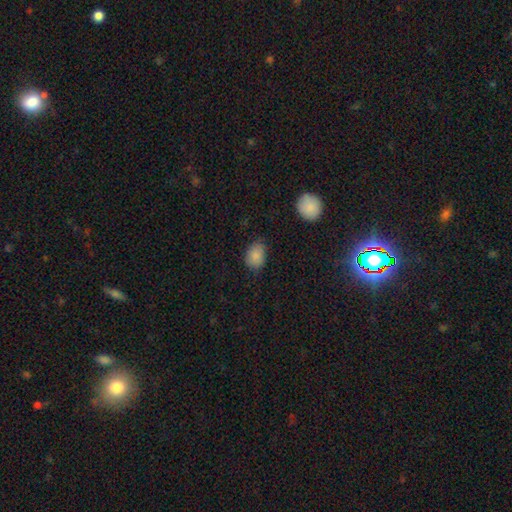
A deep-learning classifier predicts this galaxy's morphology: Smooth or featured? Predicted: smooth (p=0.85). How rounded? Predicted: in between (p=0.71). Merging? Predicted: none (p=0.70).